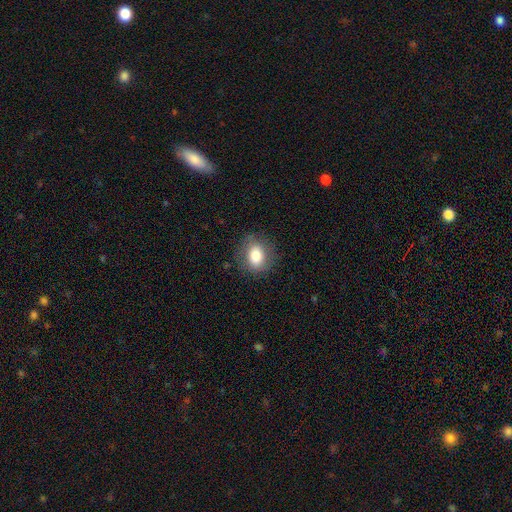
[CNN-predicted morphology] Q: Smooth or featured?
A: smooth (80%); runner-up: featured or disk (11%)
Q: How rounded?
A: in between (50%); runner-up: round (48%)
Q: Merging?
A: none (83%); runner-up: minor disturbance (12%)